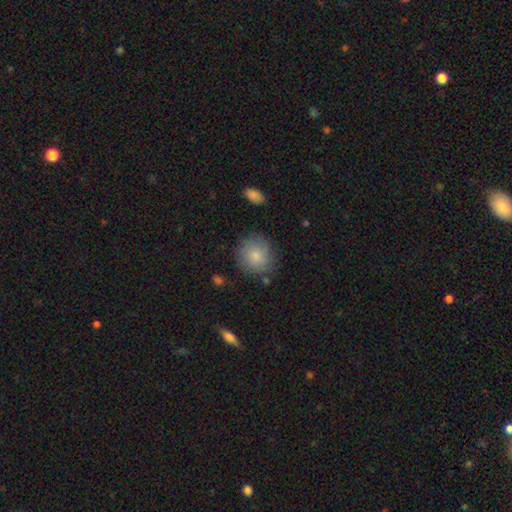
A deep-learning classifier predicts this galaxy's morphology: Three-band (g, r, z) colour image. It shows a smooth galaxy with no disk features (82%) that is round (90%). Merging: none (80%).